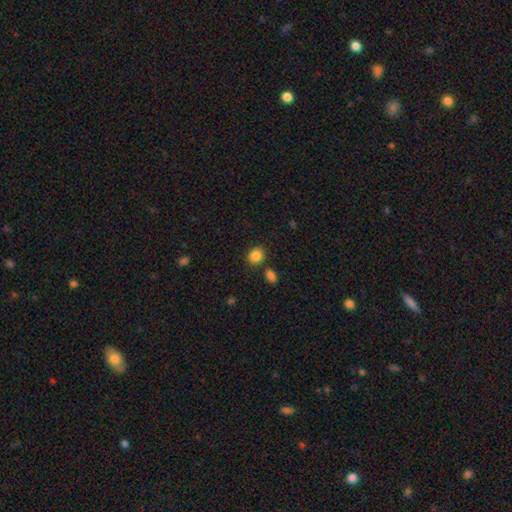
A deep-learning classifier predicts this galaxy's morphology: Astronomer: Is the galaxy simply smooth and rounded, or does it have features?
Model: smooth — 86%.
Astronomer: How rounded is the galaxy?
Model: round — 70%.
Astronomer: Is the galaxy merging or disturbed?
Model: none — 80%.